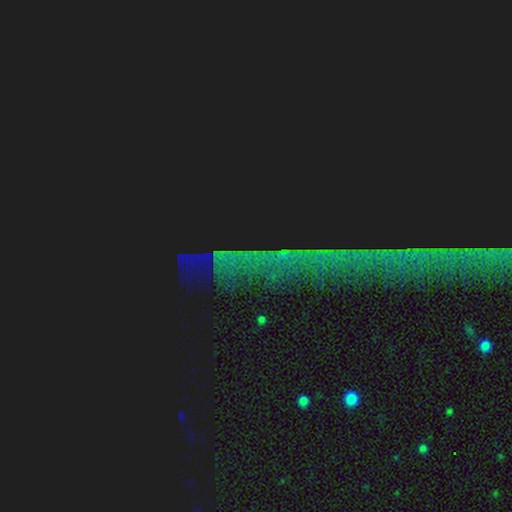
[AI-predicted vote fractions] smooth_or_featured: star or artifact (p=0.87) [alt: smooth p=0.07]